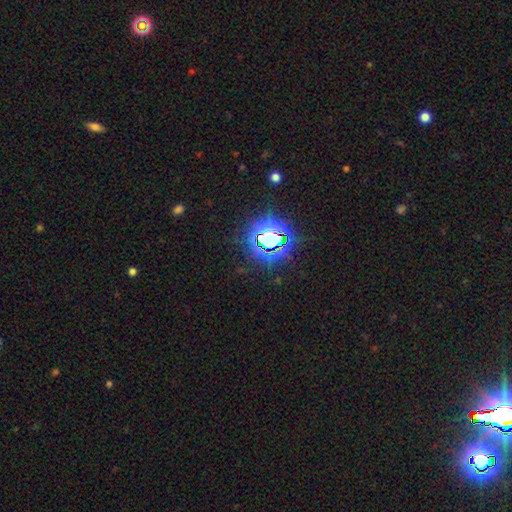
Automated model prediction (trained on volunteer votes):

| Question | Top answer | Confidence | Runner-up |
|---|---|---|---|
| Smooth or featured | star or artifact | 82% | smooth (11%) |